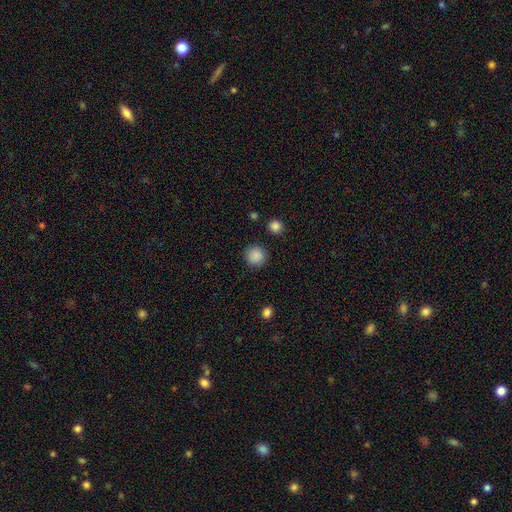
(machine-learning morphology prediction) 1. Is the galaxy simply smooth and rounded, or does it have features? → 88% smooth, 10% star or artifact, 3% featured or disk.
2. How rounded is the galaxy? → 94% round, 5% in between, 1% cigar-shaped.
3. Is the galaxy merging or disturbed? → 90% none, 6% minor disturbance, 2% major disturbance, 2% merger.